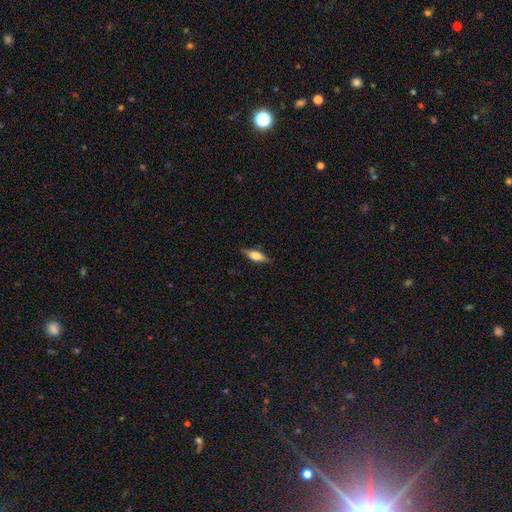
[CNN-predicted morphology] Overall: smooth (49%; featured or disk 44%). Merging: none (84%).